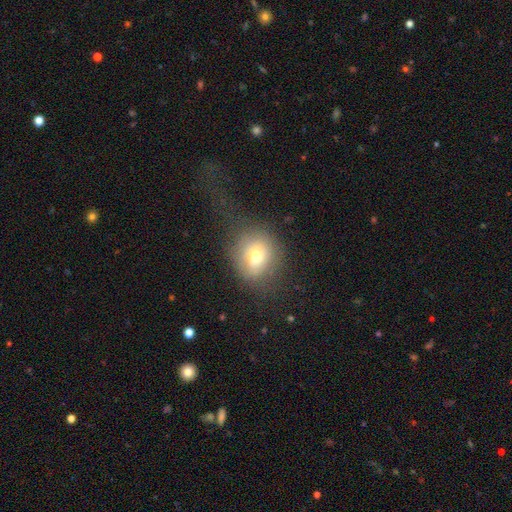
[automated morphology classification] Overall: smooth (68%). How rounded: round (71%). Merging: none (51%; major disturbance 24%).